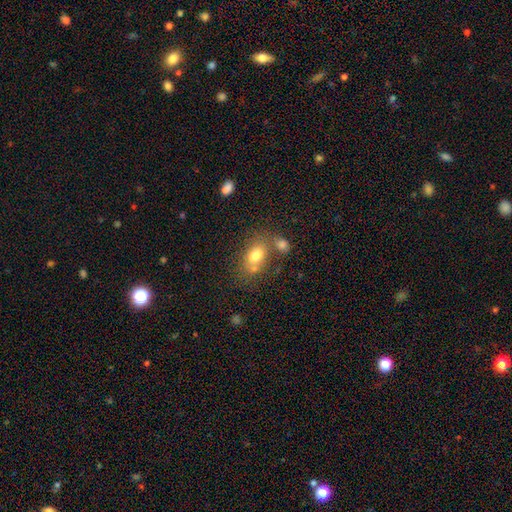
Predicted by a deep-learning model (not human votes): Smooth or featured? smooth (75%)
How rounded? in between (81%)
Merging? none (49%)